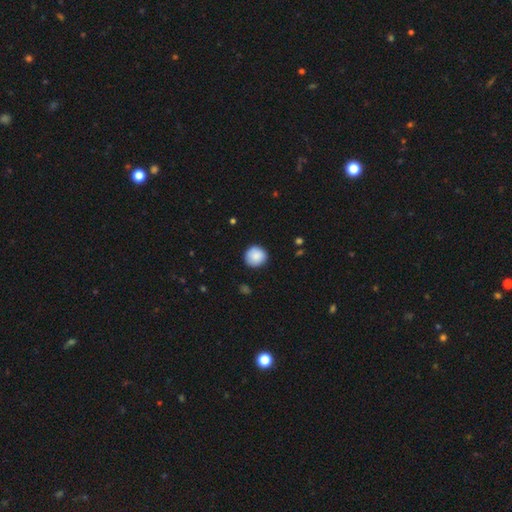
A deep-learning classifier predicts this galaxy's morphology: The model was most divided on "merging": none: 86%, minor disturbance: 11%, major disturbance: 2%, merger: 1%. More confident: how rounded — round (93%); smooth or featured — smooth (88%).